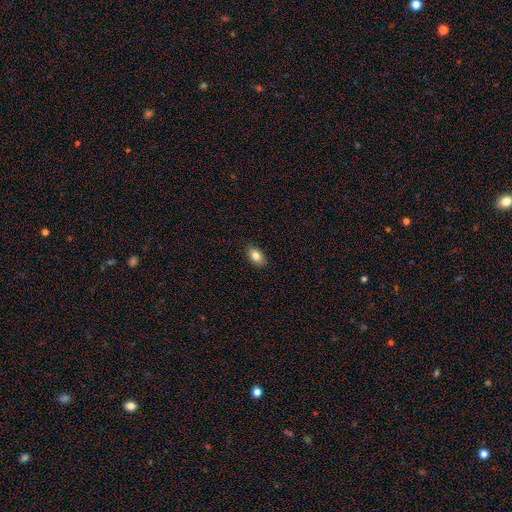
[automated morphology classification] type=smooth (83%); roundness=in between (89%); merging=none (89%).